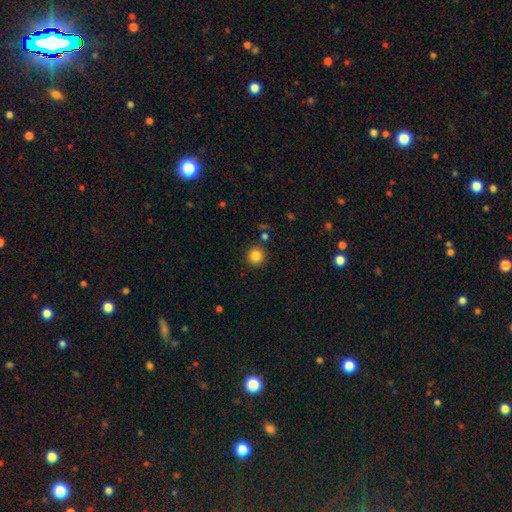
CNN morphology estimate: type=smooth (85%); roundness=round (95%); merging=none (89%).